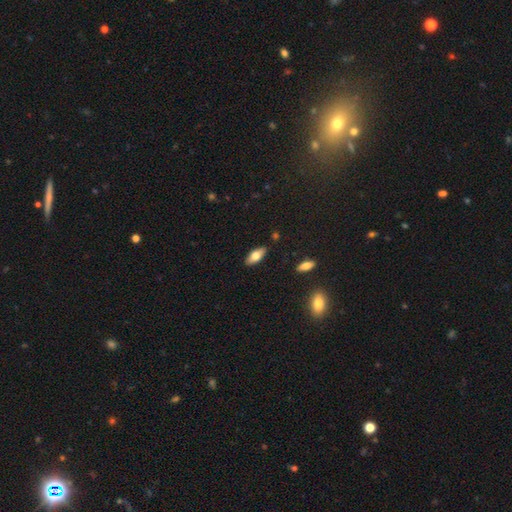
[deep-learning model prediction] smooth_or_featured: smooth (p=0.68) [alt: featured or disk p=0.25]
how_rounded: in between (p=0.82) [alt: cigar-shaped p=0.16]
merging: none (p=0.87) [alt: minor disturbance p=0.09]